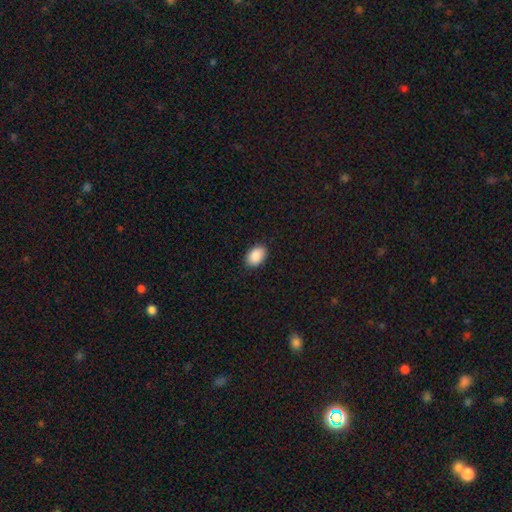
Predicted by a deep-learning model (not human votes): smooth 90%, star or artifact 7%, featured or disk 3%. Down the decision tree: how rounded — in between (86%); merging — none (89%).